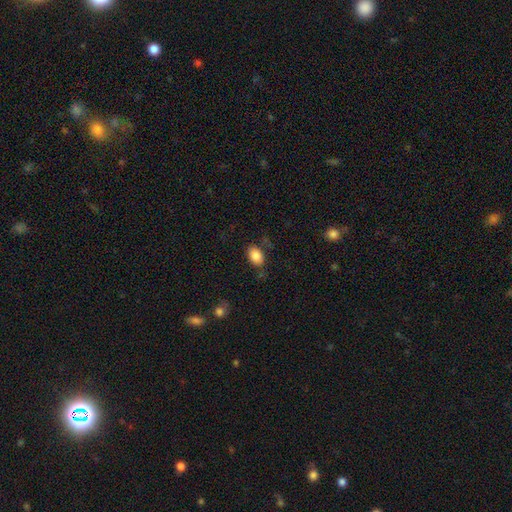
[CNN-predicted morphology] Smooth or featured? Predicted: smooth (p=0.86). How rounded? Predicted: in between (p=0.87). Merging? Predicted: none (p=0.77).